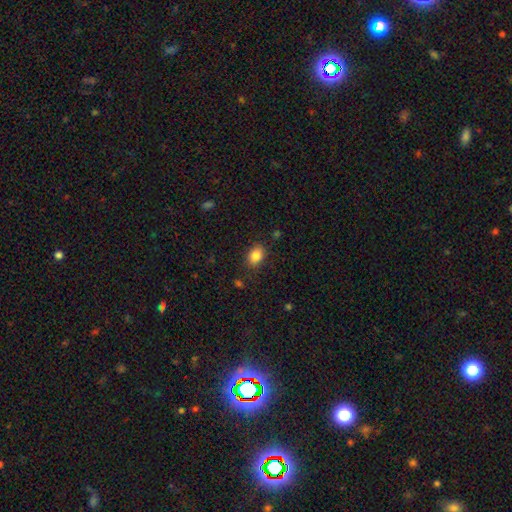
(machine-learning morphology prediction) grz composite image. It shows a smooth galaxy with no disk features (85%) that is in between round and cigar-shaped (75%). Merging: none (84%).